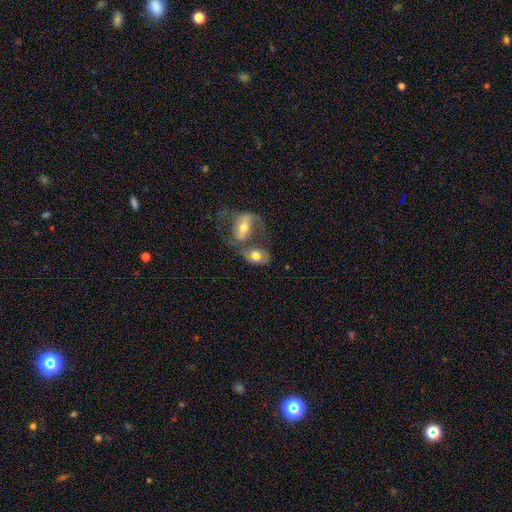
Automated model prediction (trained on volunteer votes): smooth_or_featured: smooth (p=0.52) [alt: featured or disk p=0.40]
how_rounded: in between (p=0.82) [alt: round p=0.15]
merging: merger (p=0.59) [alt: none p=0.21]